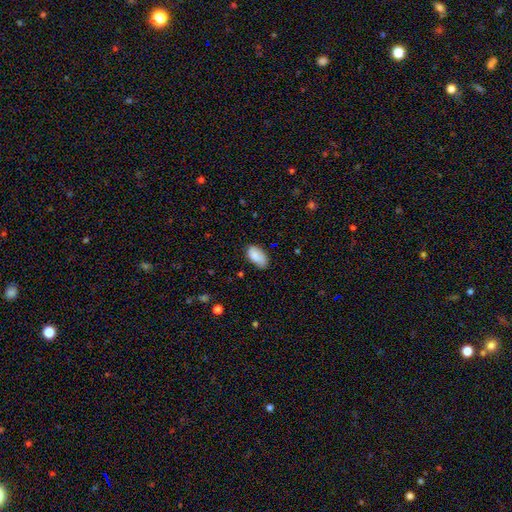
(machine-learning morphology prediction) This appears to be a smooth galaxy with no disk features (86%) that is in between round and cigar-shaped (94%). Merging: none (74%).